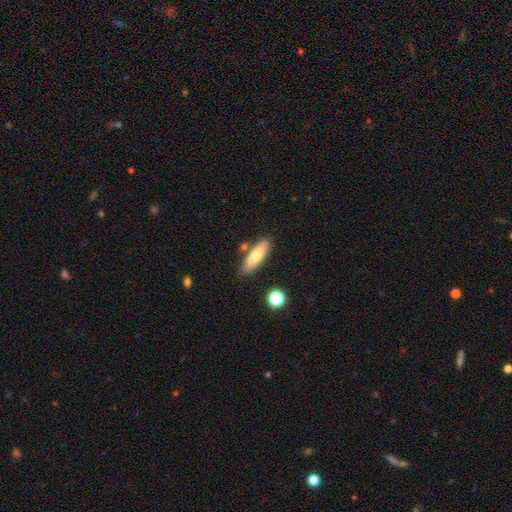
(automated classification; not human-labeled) Smooth or featured? Predicted: smooth (p=0.69). How rounded? Predicted: in between (p=0.54). Merging? Predicted: none (p=0.75).